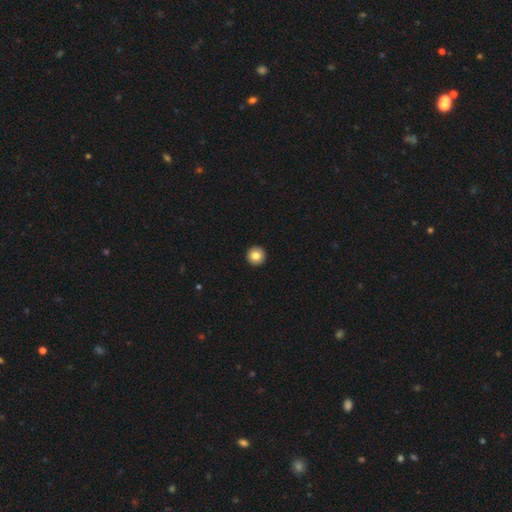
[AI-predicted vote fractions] Q: Smooth or featured?
A: smooth (83%); runner-up: star or artifact (9%)
Q: How rounded?
A: round (96%); runner-up: in between (3%)
Q: Merging?
A: none (94%); runner-up: minor disturbance (3%)